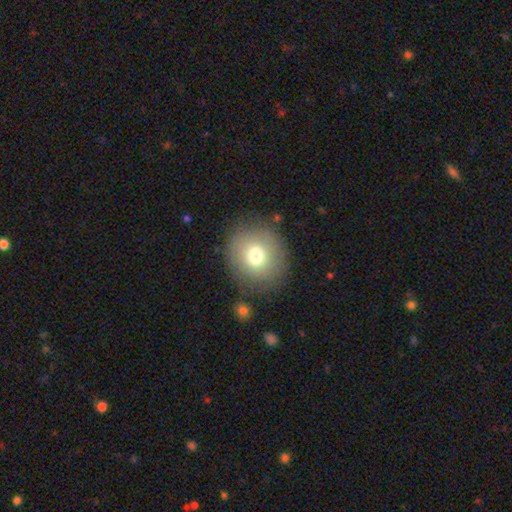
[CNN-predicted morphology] smooth-or-featured: smooth: 73% | featured or disk: 16% | star or artifact: 10%
  how-rounded: round: 87% | in between: 12% | cigar-shaped: 1%
  merging: none: 80% | minor disturbance: 12% | major disturbance: 5% | merger: 3%